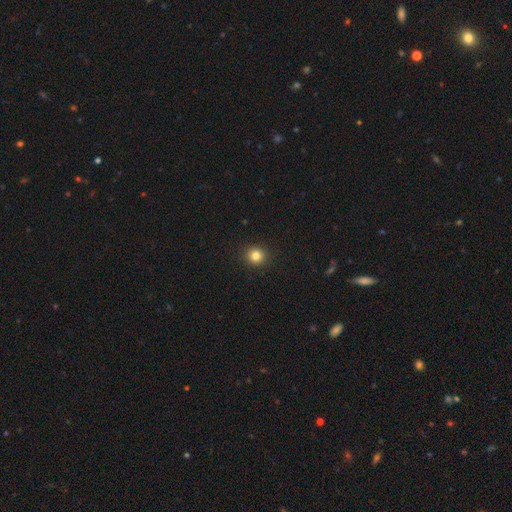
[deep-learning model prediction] Smooth or featured?
  - smooth: 82% *
  - star or artifact: 12%
  - featured or disk: 6%
How rounded?
  - round: 89% *
  - in between: 10%
  - cigar-shaped: 1%
Merging?
  - none: 92% *
  - minor disturbance: 5%
  - major disturbance: 2%
  - merger: 1%